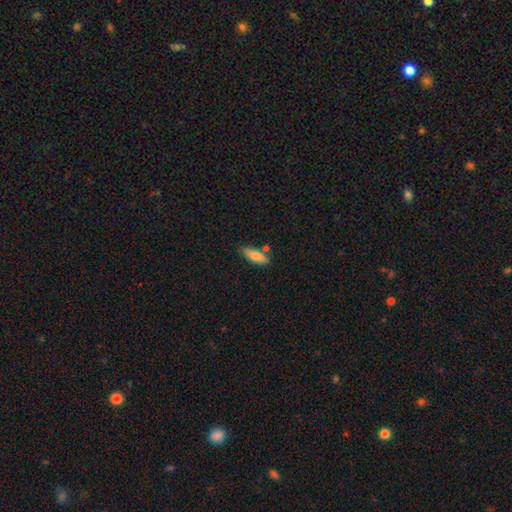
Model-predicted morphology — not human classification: Smooth or featured? smooth (78%)
How rounded? in between (65%)
Merging? none (74%)